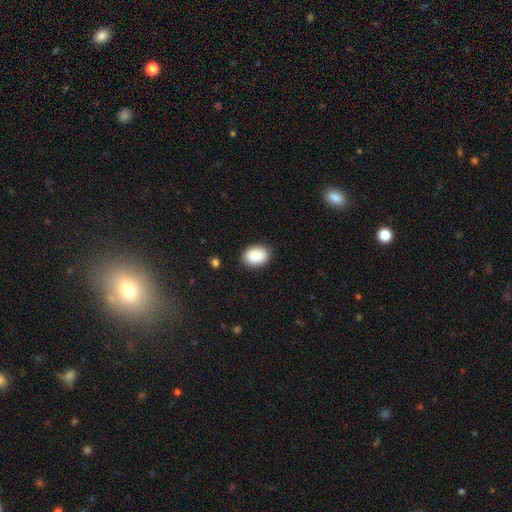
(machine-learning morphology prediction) smooth_or_featured: smooth (p=0.89) [alt: star or artifact p=0.07]
how_rounded: in between (p=0.74) [alt: round p=0.25]
merging: none (p=0.86) [alt: minor disturbance p=0.11]